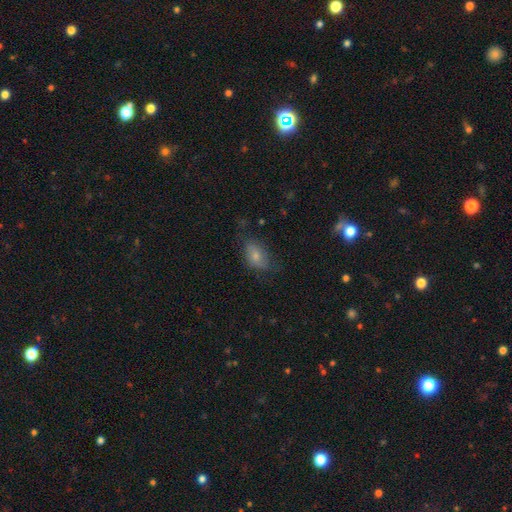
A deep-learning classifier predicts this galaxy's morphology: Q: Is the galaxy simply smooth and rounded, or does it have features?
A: smooth — 73%.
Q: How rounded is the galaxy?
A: in between — 87%.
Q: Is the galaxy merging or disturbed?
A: none — 59%.